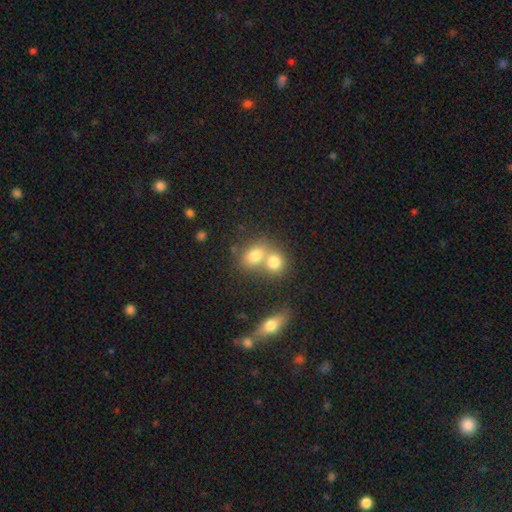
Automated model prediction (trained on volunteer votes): Smooth or featured? smooth (76%)
How rounded? in between (58%)
Merging? merger (57%)